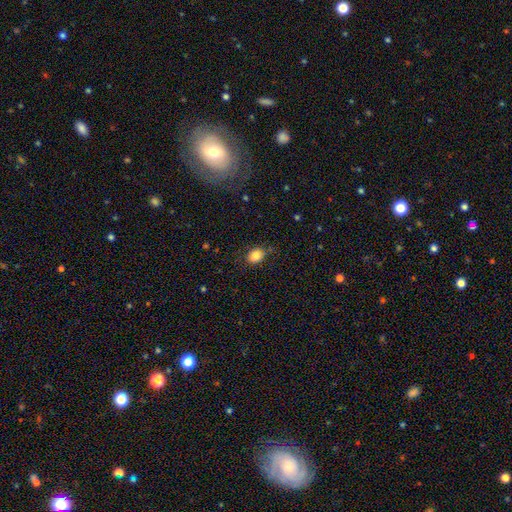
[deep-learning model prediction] Smooth or featured: smooth — 83% (star or artifact — 10%)
How rounded: round — 50% (in between — 49%)
Merging: none — 74% (minor disturbance — 18%)